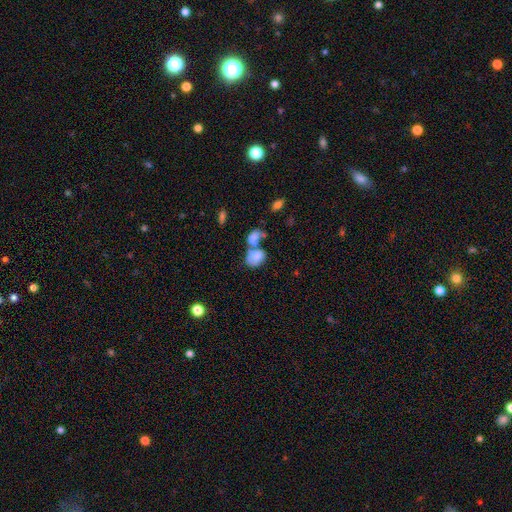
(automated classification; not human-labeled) The model was most divided on "how rounded": in between: 68%, round: 30%, cigar-shaped: 2%. More confident: smooth or featured — smooth (69%); merging — merger (62%).